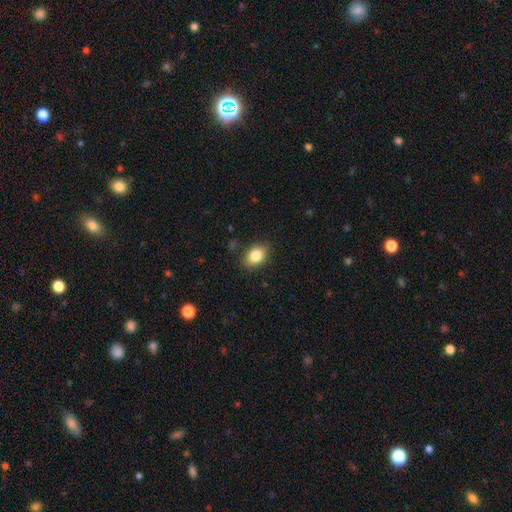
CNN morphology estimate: A smooth galaxy with no disk features (84%) that is in between round and cigar-shaped (76%).

Vote fractions:
- Smooth or featured? smooth: 84% / star or artifact: 8% / featured or disk: 7%
- How rounded? in between: 76% / round: 23% / cigar-shaped: 1%
- Merging? none: 85% / minor disturbance: 12% / major disturbance: 3% / merger: 1%